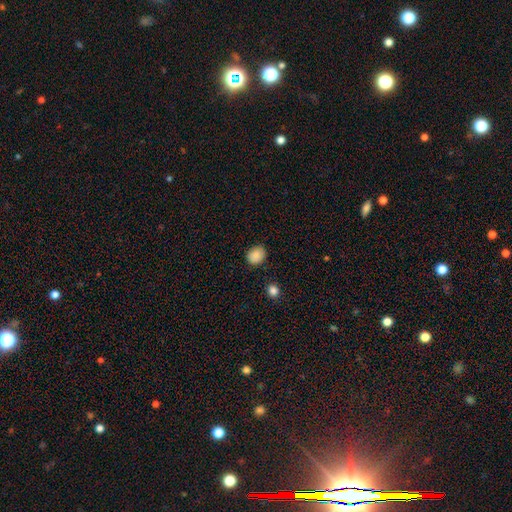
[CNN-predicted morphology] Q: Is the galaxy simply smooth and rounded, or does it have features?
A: smooth — 88%.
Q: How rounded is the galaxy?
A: round — 58%.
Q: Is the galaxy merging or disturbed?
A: none — 84%.